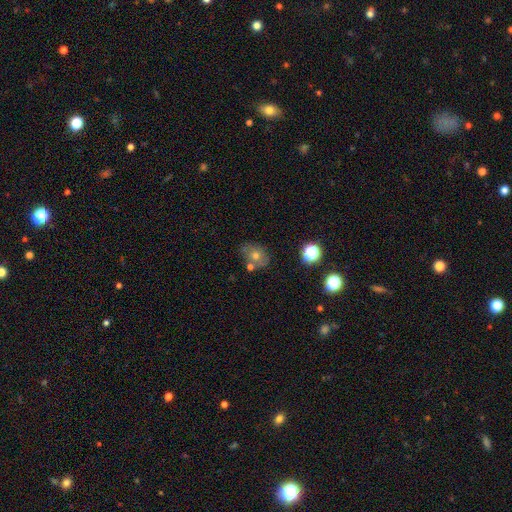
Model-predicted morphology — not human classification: smooth-or-featured: smooth: 62% | featured or disk: 23% | star or artifact: 15%
  how-rounded: in between: 52% | round: 47% | cigar-shaped: 1%
  merging: none: 60% | merger: 17% | minor disturbance: 17% | major disturbance: 5%